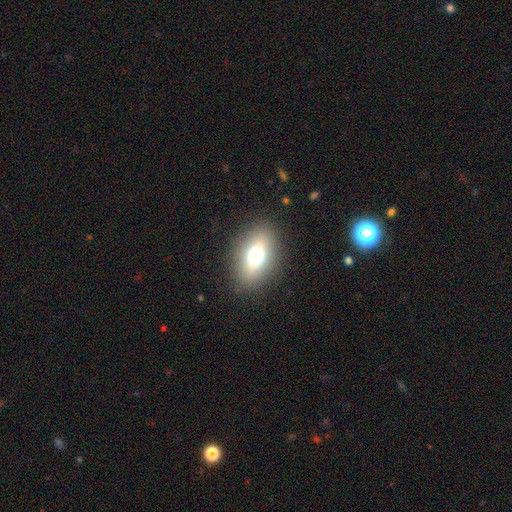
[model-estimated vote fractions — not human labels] Smooth or featured? smooth (63%)
How rounded? in between (71%)
Merging? none (87%)